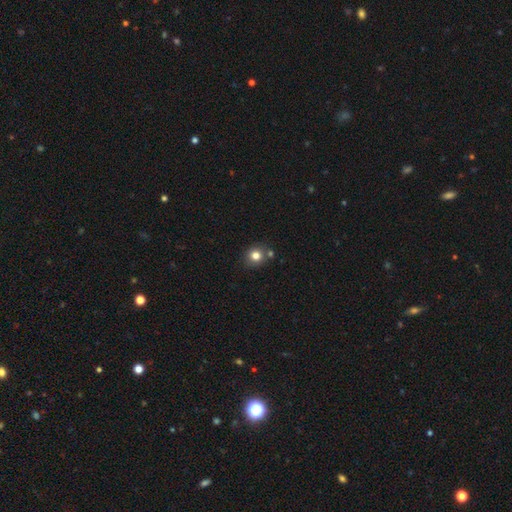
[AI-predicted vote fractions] Morphology: type=smooth (80%); roundness=round (83%); merging=none (75%).